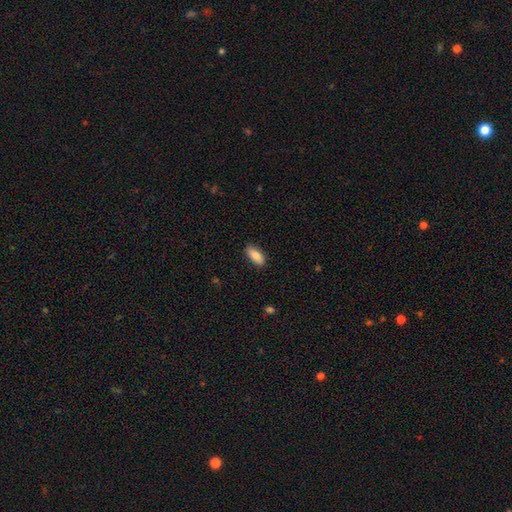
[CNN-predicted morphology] Q: Smooth or featured?
A: smooth (85%); runner-up: featured or disk (9%)
Q: How rounded?
A: in between (84%); runner-up: cigar-shaped (14%)
Q: Merging?
A: none (87%); runner-up: minor disturbance (10%)